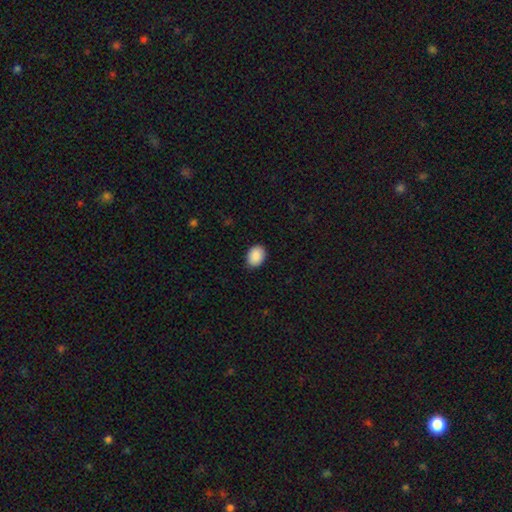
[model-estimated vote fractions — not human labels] This is clearly a smooth galaxy (90%). How rounded: likely in between (73%). Merging: clearly none (87%).